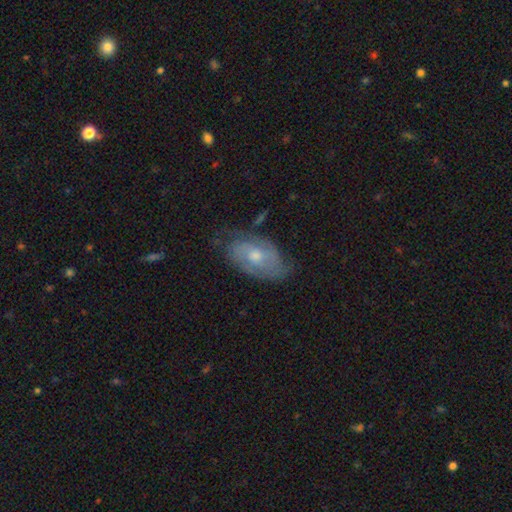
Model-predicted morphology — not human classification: smooth-or-featured: featured or disk: 66% | smooth: 27% | star or artifact: 6%
  disk-edge-on: no: 94% | yes: 6%
    bar: no: 72% | weak: 25% | strong: 4%
    has-spiral-arms: yes: 82% | no: 18%
      spiral-winding: tight: 51% | medium: 36% | loose: 13%
      spiral-arm-count: 2: 47% | can't tell: 35% | 3: 9% | 1: 4% | 4: 3% | more than 4: 2%
    bulge-size: moderate: 57% | small: 37% | large: 3% | none: 2% | dominant: 1%
  merging: none: 62% | minor disturbance: 27% | major disturbance: 9% | merger: 2%